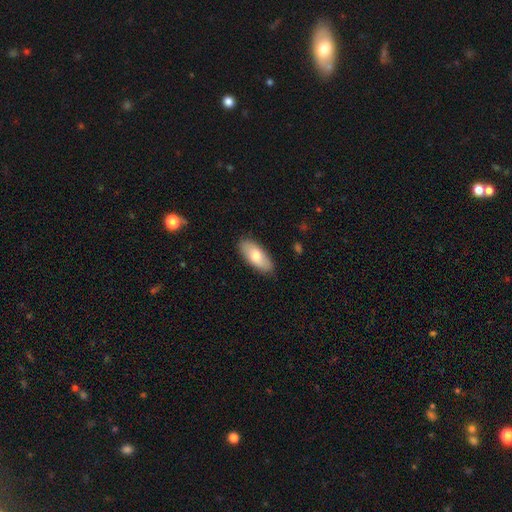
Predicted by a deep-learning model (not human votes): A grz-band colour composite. It shows a smooth galaxy with no disk features (74%) that is in between round and cigar-shaped (85%). Merging: none (86%).